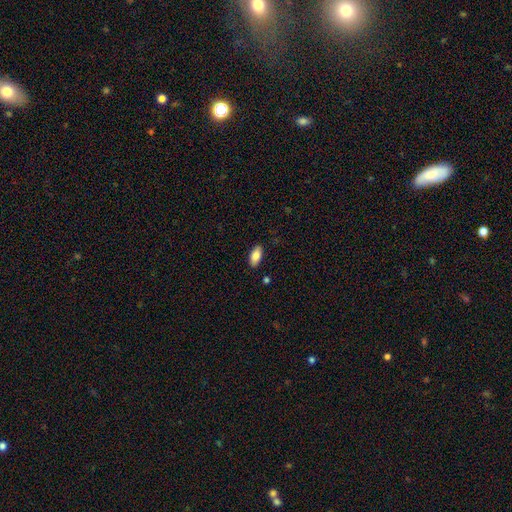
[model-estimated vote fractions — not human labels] smooth_or_featured: smooth (p=0.84) [alt: featured or disk p=0.09]
how_rounded: in between (p=0.91) [alt: cigar-shaped p=0.07]
merging: none (p=0.88) [alt: minor disturbance p=0.09]